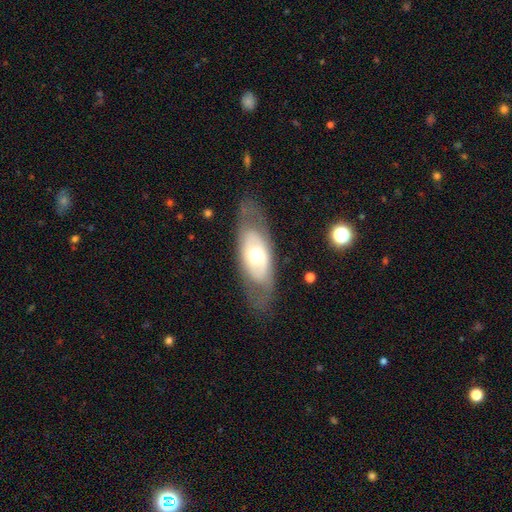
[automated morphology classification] A featured or disk galaxy (58%). Merging: none (74%).